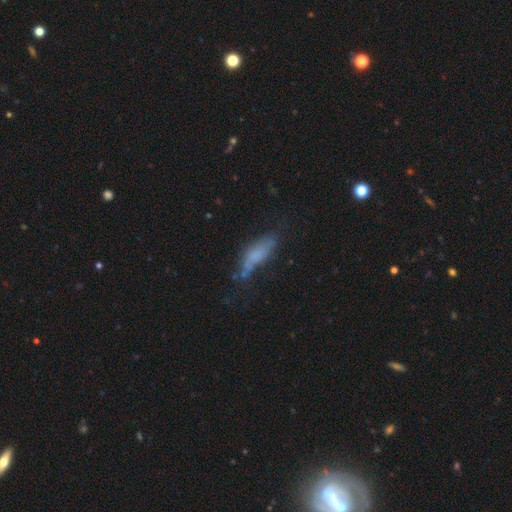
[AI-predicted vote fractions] smooth_or_featured: smooth (p=0.57) [alt: featured or disk p=0.30]
how_rounded: in between (p=0.52) [alt: cigar-shaped p=0.45]
merging: none (p=0.40) [alt: minor disturbance p=0.30]